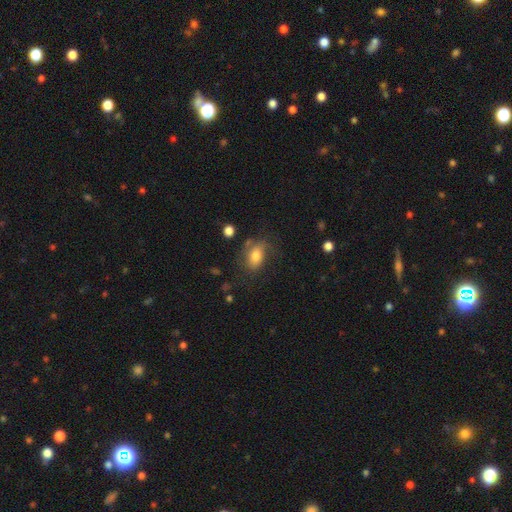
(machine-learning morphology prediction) smooth-or-featured: smooth: 70% | featured or disk: 21% | star or artifact: 9%
  how-rounded: in between: 83% | round: 15% | cigar-shaped: 2%
  merging: none: 54% | minor disturbance: 26% | major disturbance: 16% | merger: 5%